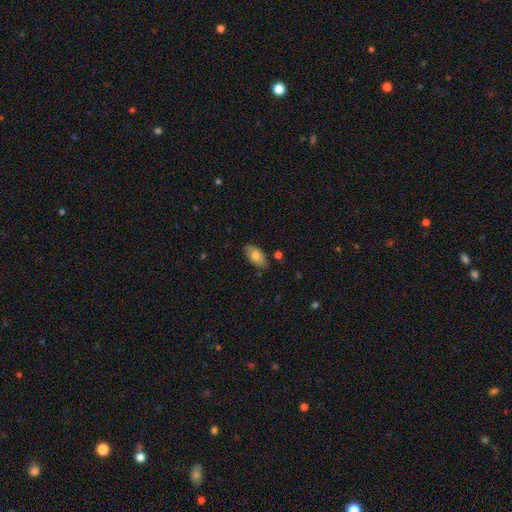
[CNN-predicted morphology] Smooth or featured?
  - smooth: 76% *
  - featured or disk: 18%
  - star or artifact: 7%
How rounded?
  - in between: 93% *
  - cigar-shaped: 4%
  - round: 3%
Merging?
  - none: 81% *
  - minor disturbance: 14%
  - major disturbance: 2%
  - merger: 2%